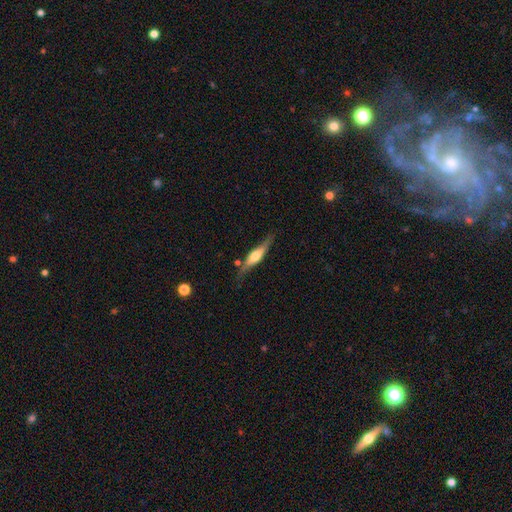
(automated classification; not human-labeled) Q: Smooth or featured?
A: featured or disk (63%); runner-up: smooth (31%)
Q: Edge-on disk?
A: yes (90%); runner-up: no (10%)
Q: Edge-on bulge?
A: rounded (84%); runner-up: boxy (12%)
Q: Merging?
A: none (71%); runner-up: minor disturbance (20%)